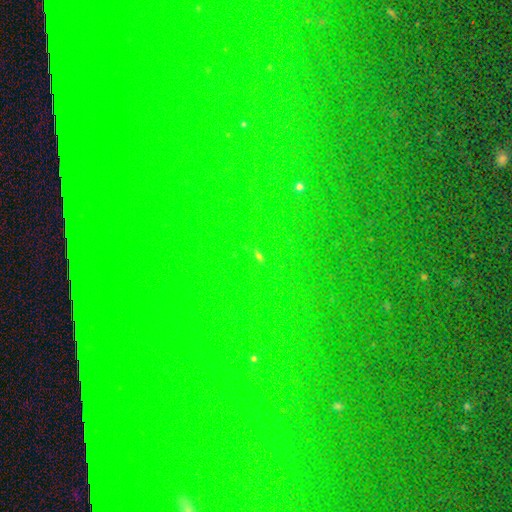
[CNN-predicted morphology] Q: Smooth or featured?
A: star or artifact (82%); runner-up: smooth (10%)